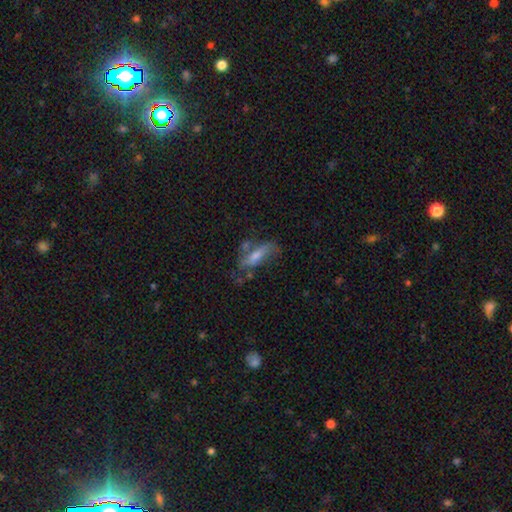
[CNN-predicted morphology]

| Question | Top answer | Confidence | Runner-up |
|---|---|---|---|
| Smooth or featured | smooth | 48% | featured or disk (42%) |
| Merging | none | 47% | minor disturbance (25%) |